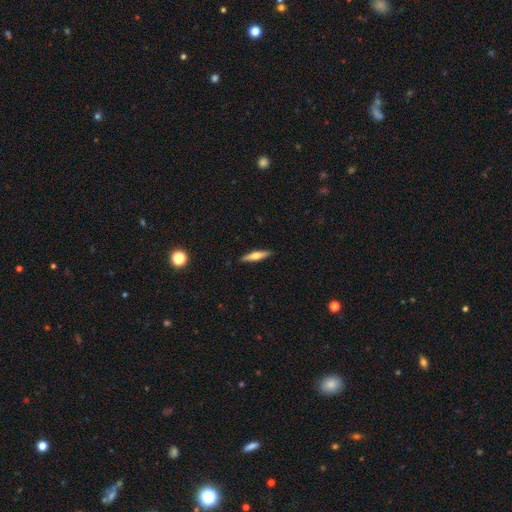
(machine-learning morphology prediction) Smooth or featured: smooth — 50% (featured or disk — 44%)
Merging: none — 90% (minor disturbance — 7%)